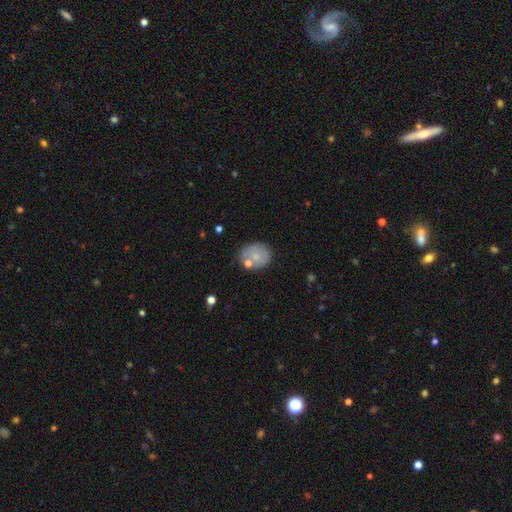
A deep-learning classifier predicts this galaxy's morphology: Q: Smooth or featured?
A: smooth (73%); runner-up: featured or disk (19%)
Q: How rounded?
A: round (63%); runner-up: in between (36%)
Q: Merging?
A: none (68%); runner-up: minor disturbance (15%)